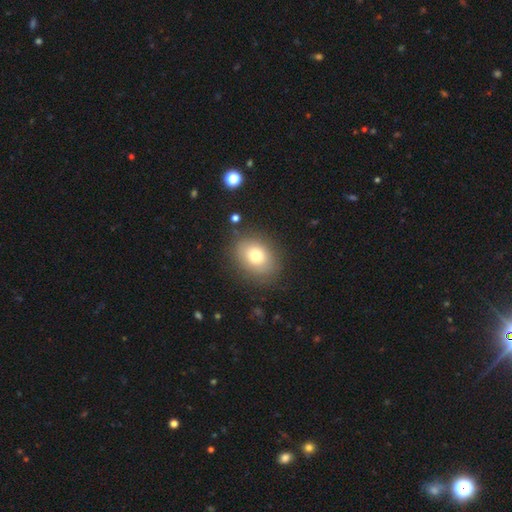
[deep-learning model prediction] smooth-or-featured: smooth: 74% | featured or disk: 16% | star or artifact: 10%
  how-rounded: in between: 59% | round: 40% | cigar-shaped: 1%
  merging: none: 82% | minor disturbance: 12% | major disturbance: 4% | merger: 2%